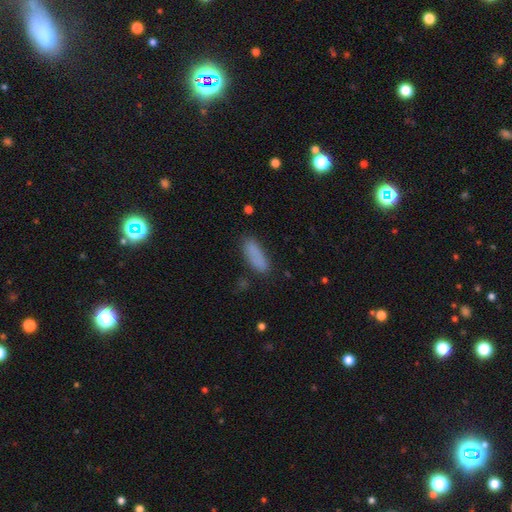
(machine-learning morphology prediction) type=smooth (85%); roundness=in between (57%); merging=none (80%).